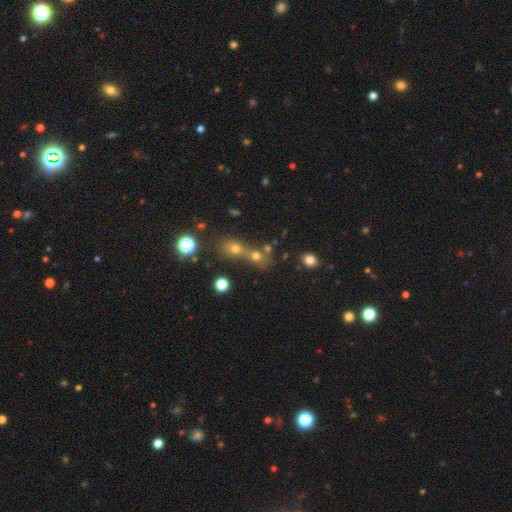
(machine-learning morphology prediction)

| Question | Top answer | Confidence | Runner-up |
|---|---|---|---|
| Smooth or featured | smooth | 46% | star or artifact (39%) |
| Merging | none | 47% | merger (36%) |